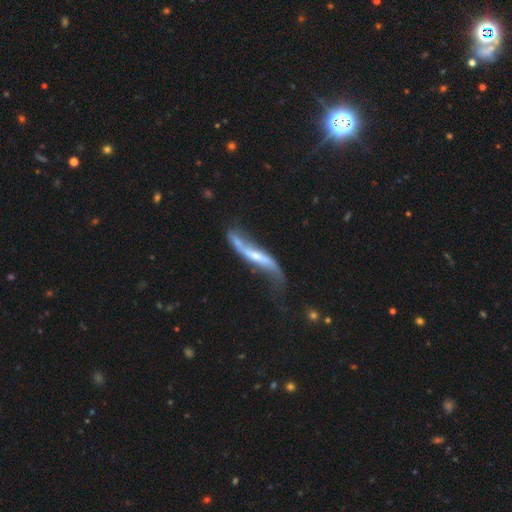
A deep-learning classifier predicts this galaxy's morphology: Overall: featured or disk (80%). Edge-on disk: no (66%; yes 34%). Bar: no (40%; weak 30%). Spiral arms: yes (89%). Bulge size: small (56%; moderate 33%). Merging: none (47%; minor disturbance 27%).